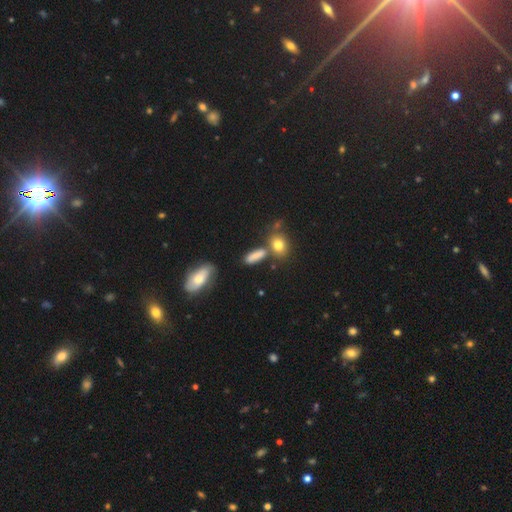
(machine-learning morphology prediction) smooth-or-featured: smooth: 75% | featured or disk: 13% | star or artifact: 12%
  how-rounded: in between: 55% | cigar-shaped: 33% | round: 12%
  merging: none: 62% | merger: 16% | minor disturbance: 16% | major disturbance: 6%